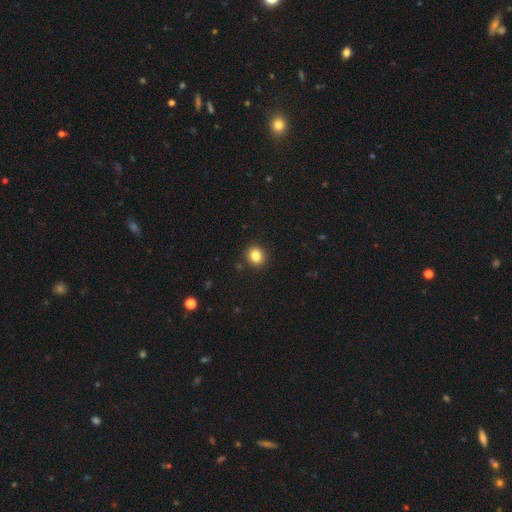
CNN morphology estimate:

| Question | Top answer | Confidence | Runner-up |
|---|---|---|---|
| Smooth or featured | smooth | 84% | star or artifact (11%) |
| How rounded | round | 79% | in between (20%) |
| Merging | none | 91% | minor disturbance (6%) |